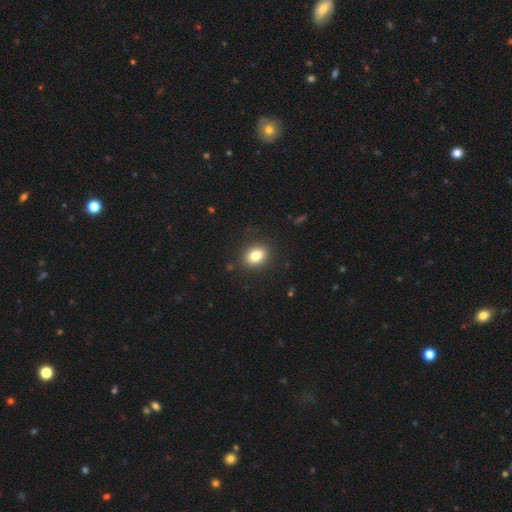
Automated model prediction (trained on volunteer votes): smooth-or-featured: smooth: 81% | star or artifact: 10% | featured or disk: 9%
  how-rounded: in between: 57% | round: 42% | cigar-shaped: 1%
  merging: none: 87% | minor disturbance: 9% | major disturbance: 3% | merger: 1%